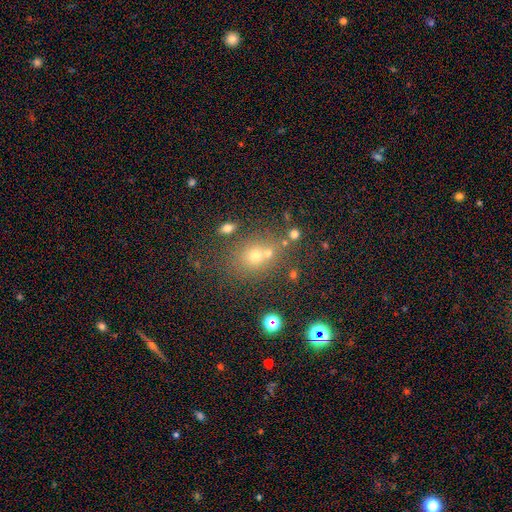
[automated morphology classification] smooth_or_featured: smooth (p=0.61) [alt: star or artifact p=0.23]
how_rounded: round (p=0.66) [alt: in between p=0.33]
merging: none (p=0.57) [alt: merger p=0.26]